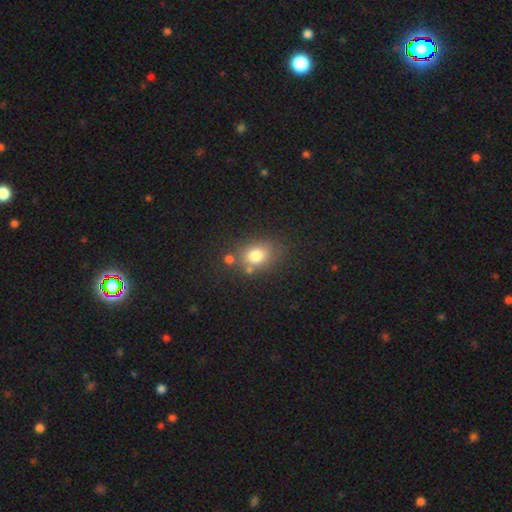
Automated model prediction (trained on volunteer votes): Smooth or featured: smooth — 78% (star or artifact — 12%)
How rounded: in between — 55% (round — 44%)
Merging: none — 63% (minor disturbance — 16%)